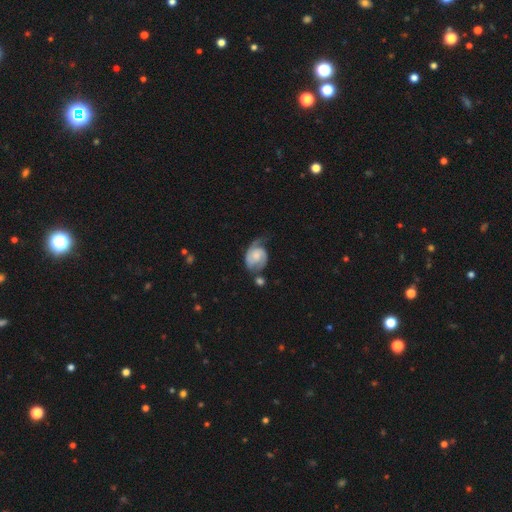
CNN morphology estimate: type=featured or disk (74%); edge-on=no (97%); bar=no (65%); spiral arms=yes (94%); winding=medium (41%); arm count=2 (68%); bulge=moderate (31%); merging=none (38%).